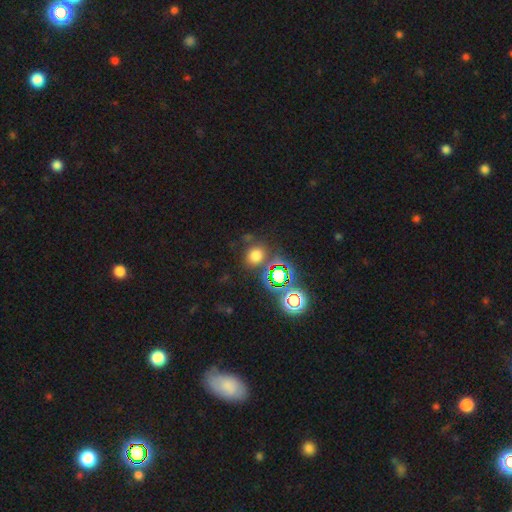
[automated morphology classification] smooth-or-featured: smooth: 64% | star or artifact: 29% | featured or disk: 7%
  how-rounded: round: 76% | in between: 23% | cigar-shaped: 1%
  merging: none: 75% | minor disturbance: 11% | merger: 9% | major disturbance: 5%